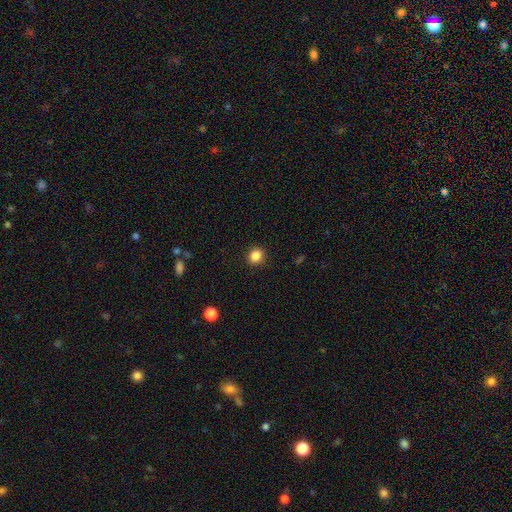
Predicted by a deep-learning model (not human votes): Smooth or featured?
  - smooth: 86% *
  - star or artifact: 11%
  - featured or disk: 4%
How rounded?
  - round: 83% *
  - in between: 16%
  - cigar-shaped: 1%
Merging?
  - none: 90% *
  - minor disturbance: 7%
  - major disturbance: 2%
  - merger: 1%